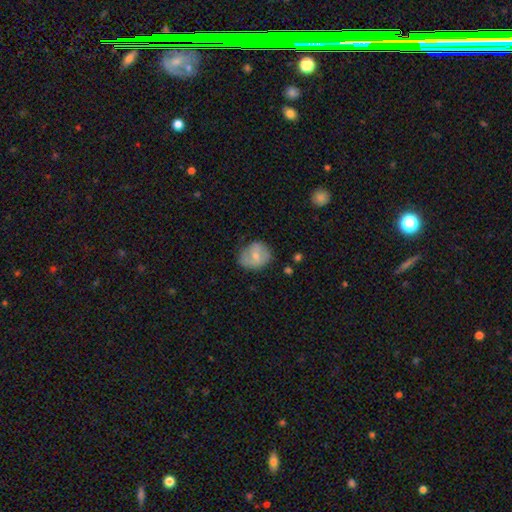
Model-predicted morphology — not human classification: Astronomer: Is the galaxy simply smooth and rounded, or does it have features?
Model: smooth — 54% (runner-up: featured or disk, 39%).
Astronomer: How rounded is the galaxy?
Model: round — 61% (runner-up: in between, 38%).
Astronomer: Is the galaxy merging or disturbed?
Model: none — 64%.